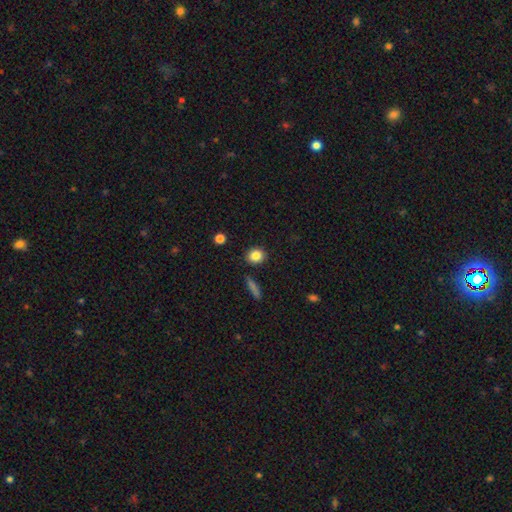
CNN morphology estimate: smooth_or_featured: smooth (p=0.84) [alt: star or artifact p=0.09]
how_rounded: round (p=0.74) [alt: in between p=0.24]
merging: none (p=0.88) [alt: minor disturbance p=0.07]